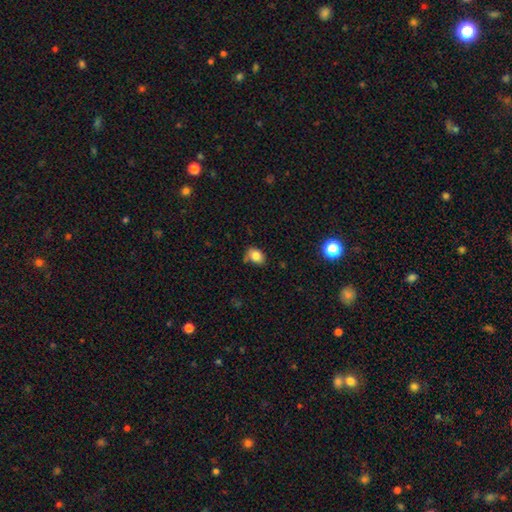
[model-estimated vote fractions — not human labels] smooth 81%, star or artifact 10%, featured or disk 9%. Down the decision tree: how rounded — in between (70%); merging — none (58%).